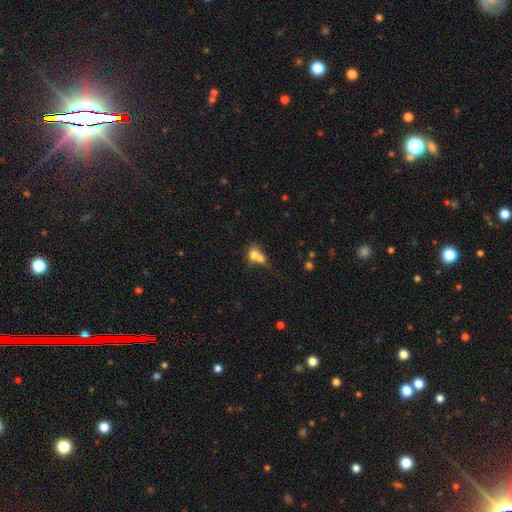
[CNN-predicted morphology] A smooth galaxy with no disk features (68%) that is in between round and cigar-shaped (49%, tied with round). Merging: merger (69%).